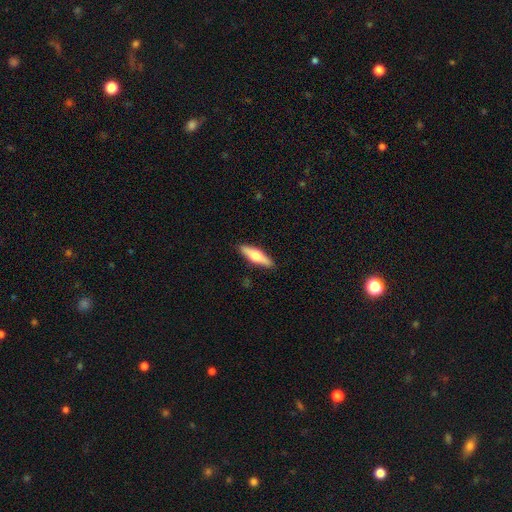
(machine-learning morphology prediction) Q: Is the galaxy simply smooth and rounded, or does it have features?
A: featured or disk — 49%.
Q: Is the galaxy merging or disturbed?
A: none — 90%.